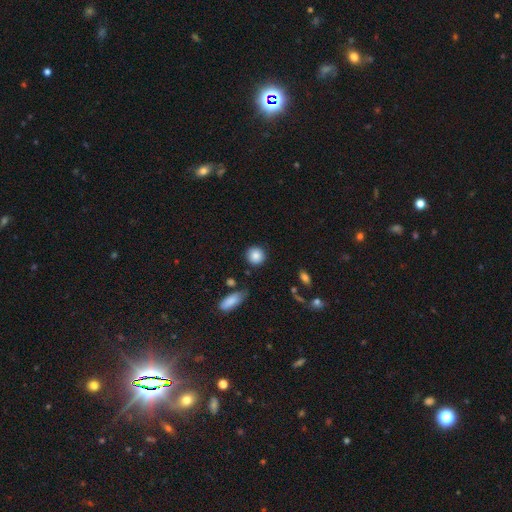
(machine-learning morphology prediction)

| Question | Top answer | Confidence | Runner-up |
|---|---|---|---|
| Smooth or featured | smooth | 86% | star or artifact (8%) |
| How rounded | round | 89% | in between (9%) |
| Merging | none | 86% | minor disturbance (9%) |